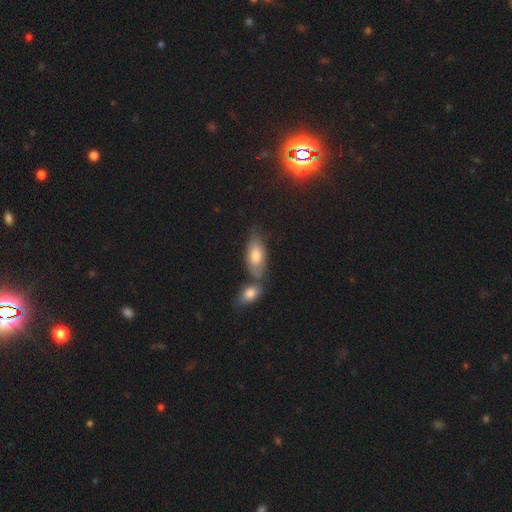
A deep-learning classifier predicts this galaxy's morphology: Smooth or featured?
  - smooth: 72% *
  - featured or disk: 20%
  - star or artifact: 7%
How rounded?
  - in between: 84% *
  - cigar-shaped: 13%
  - round: 3%
Merging?
  - none: 49% *
  - merger: 32%
  - minor disturbance: 14%
  - major disturbance: 5%